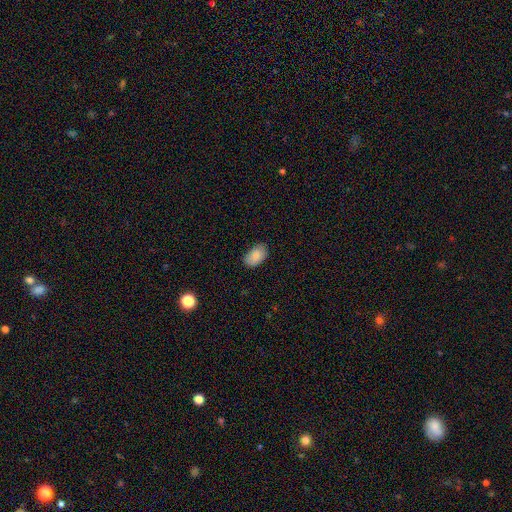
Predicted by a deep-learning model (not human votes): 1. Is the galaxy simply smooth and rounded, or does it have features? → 85% smooth, 8% featured or disk, 7% star or artifact.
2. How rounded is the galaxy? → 92% in between, 7% round, 1% cigar-shaped.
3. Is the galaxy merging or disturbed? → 81% none, 15% minor disturbance, 3% major disturbance, 1% merger.